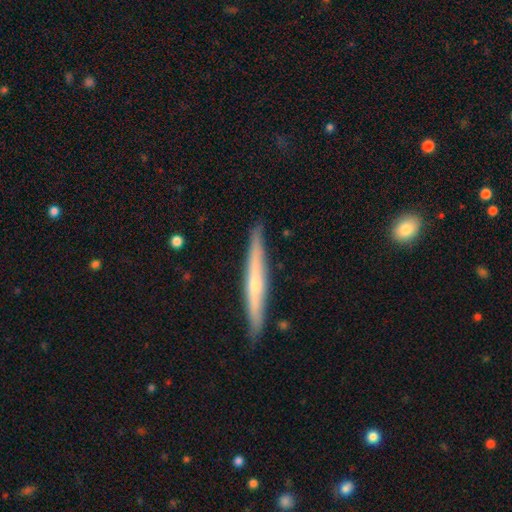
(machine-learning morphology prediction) smooth-or-featured: featured or disk: 56% | smooth: 39% | star or artifact: 5%
  disk-edge-on: yes: 96% | no: 4%
    edge-on-bulge: rounded: 52% | none: 42% | boxy: 6%
  merging: none: 88% | minor disturbance: 9% | major disturbance: 2% | merger: 1%